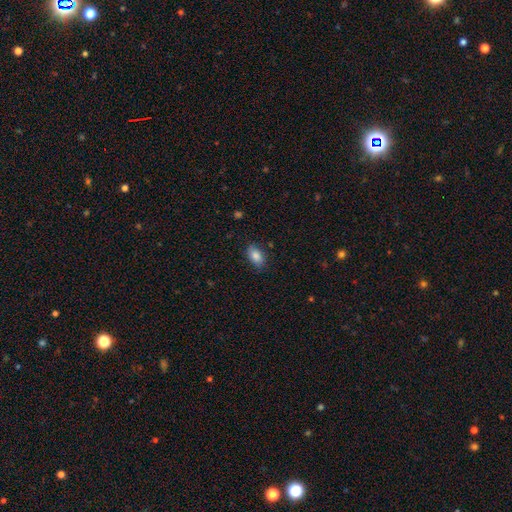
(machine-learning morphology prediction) This is clearly a smooth galaxy (85%). How rounded: clearly in between (90%). Merging: clearly none (83%).